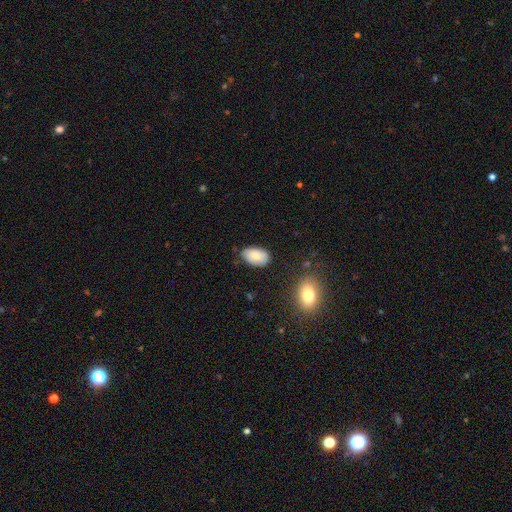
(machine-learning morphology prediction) smooth_or_featured: smooth (p=0.84) [alt: featured or disk p=0.09]
how_rounded: in between (p=0.94) [alt: round p=0.05]
merging: none (p=0.74) [alt: minor disturbance p=0.21]